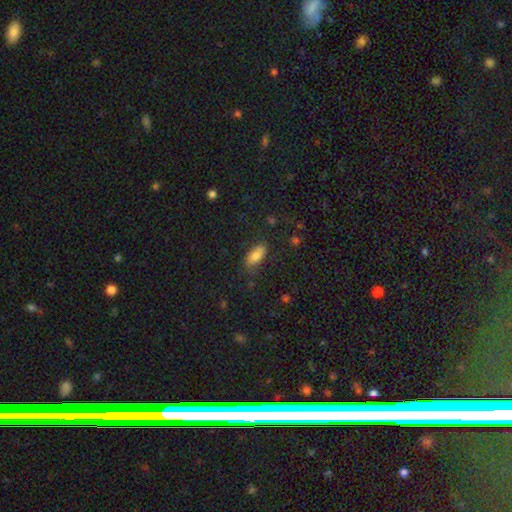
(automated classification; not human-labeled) Smooth or featured? smooth (77%)
How rounded? in between (85%)
Merging? none (75%)